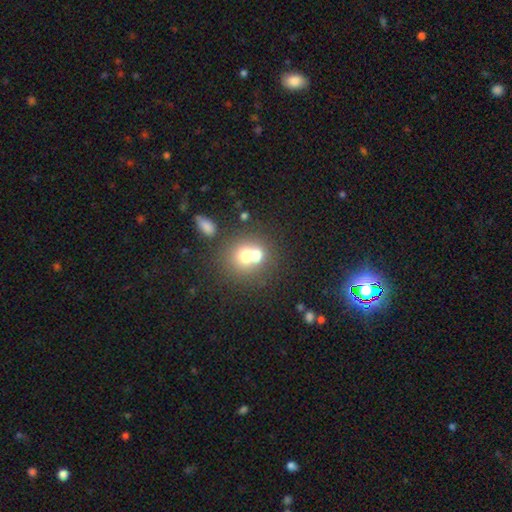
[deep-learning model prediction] The model was most divided on "merging": merger: 60%, none: 31%, minor disturbance: 6%, major disturbance: 3%. More confident: how rounded — round (78%); smooth or featured — smooth (66%).